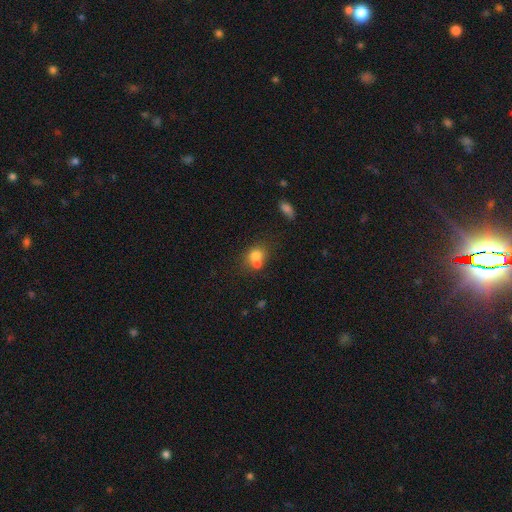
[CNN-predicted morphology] Overall: smooth (71%). How rounded: round (62%; in between 37%). Merging: merger (54%; none 32%).